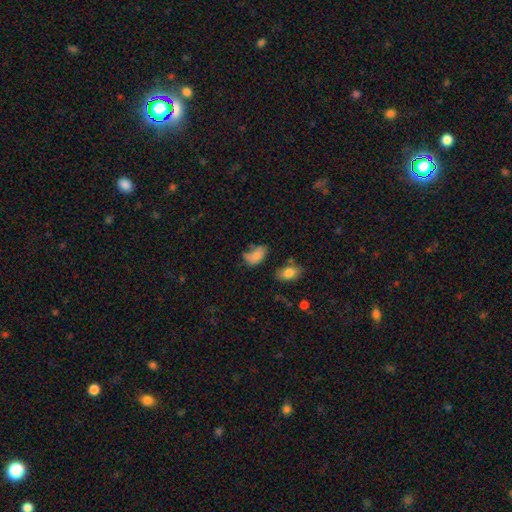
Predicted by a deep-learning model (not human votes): smooth 80%, featured or disk 10%, star or artifact 10%. Down the decision tree: how rounded — in between (90%); merging — none (43%).